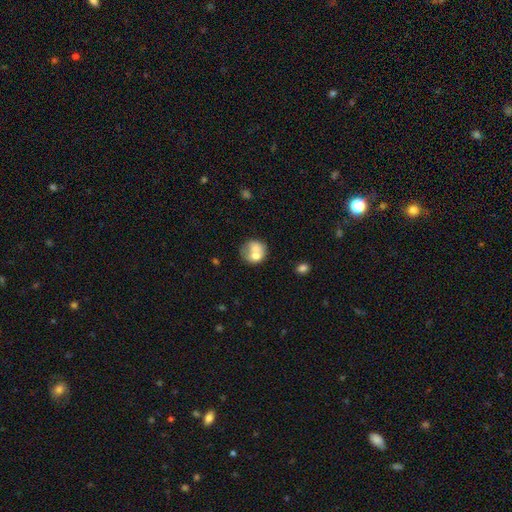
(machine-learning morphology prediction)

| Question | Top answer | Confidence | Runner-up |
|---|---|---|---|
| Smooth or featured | smooth | 63% | featured or disk (29%) |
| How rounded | round | 74% | in between (25%) |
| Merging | merger | 43% | none (34%) |